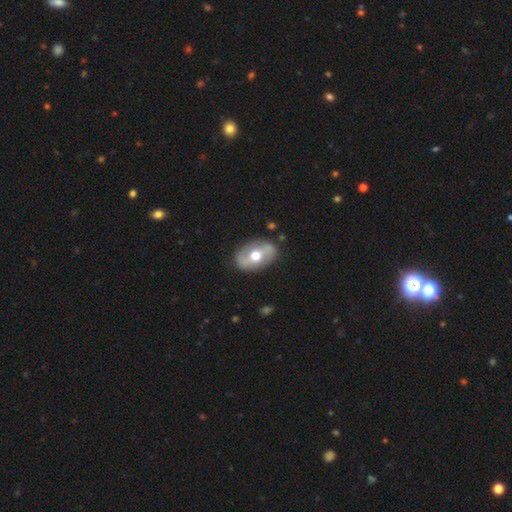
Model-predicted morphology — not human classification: Q: Smooth or featured?
A: featured or disk (58%); runner-up: smooth (36%)
Q: Edge-on disk?
A: no (92%); runner-up: yes (8%)
Q: Bar?
A: no (45%); runner-up: weak (31%)
Q: Spiral arms?
A: no (55%); runner-up: yes (45%)
Q: Bulge size?
A: moderate (75%); runner-up: large (16%)
Q: Merging?
A: none (82%); runner-up: minor disturbance (12%)